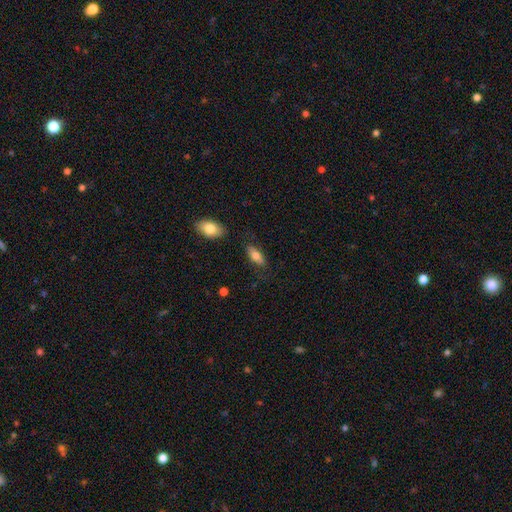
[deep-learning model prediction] This is likely a smooth galaxy (75%). How rounded: likely in between (79%). Merging: likely none (76%).